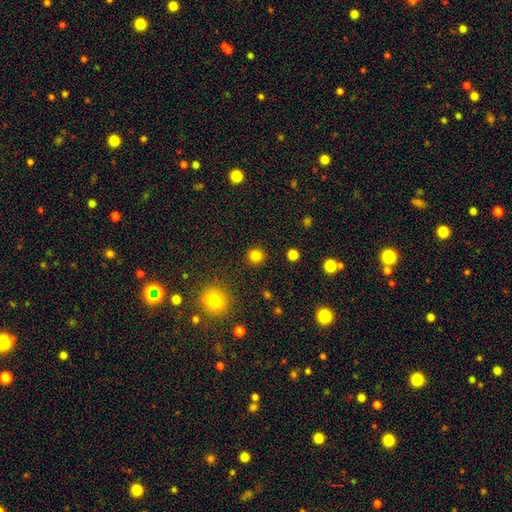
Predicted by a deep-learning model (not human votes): smooth_or_featured: smooth (p=0.83) [alt: star or artifact p=0.13]
how_rounded: round (p=0.94) [alt: in between p=0.05]
merging: none (p=0.91) [alt: minor disturbance p=0.05]